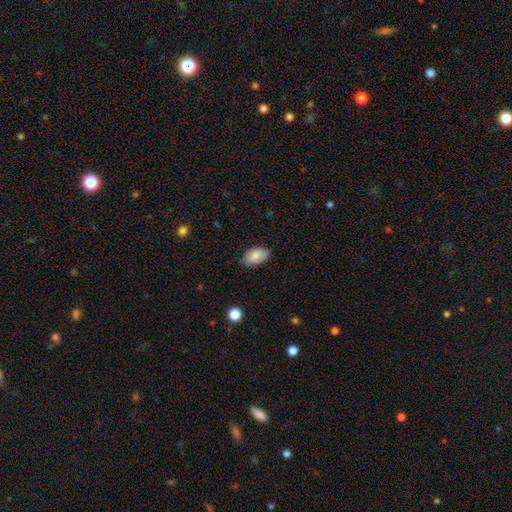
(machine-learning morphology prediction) The model was most divided on "merging": none: 75%, minor disturbance: 20%, major disturbance: 3%, merger: 1%. More confident: how rounded — in between (93%); smooth or featured — smooth (84%).